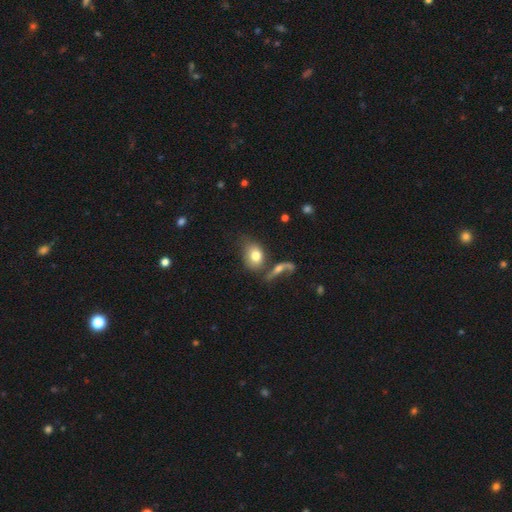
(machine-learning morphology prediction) This appears to be a smooth galaxy with no disk features (74%) that is in between round and cigar-shaped (65%). Merging: none (41%).